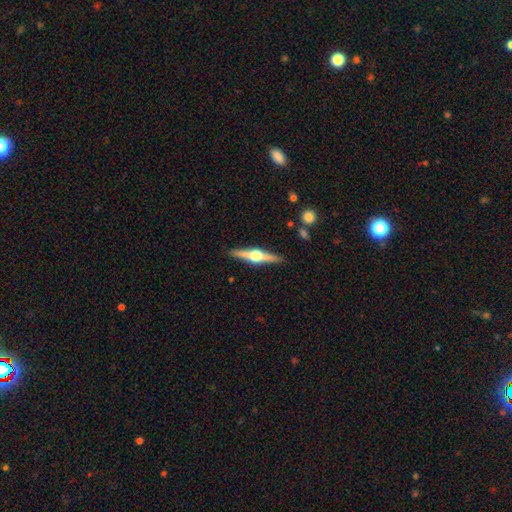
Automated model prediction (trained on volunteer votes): smooth_or_featured: featured or disk (p=0.79) [alt: smooth p=0.16]
disk_edge_on: yes (p=0.98) [alt: no p=0.02]
edge_on_bulge: rounded (p=0.96) [alt: boxy p=0.03]
merging: none (p=0.90) [alt: minor disturbance p=0.07]